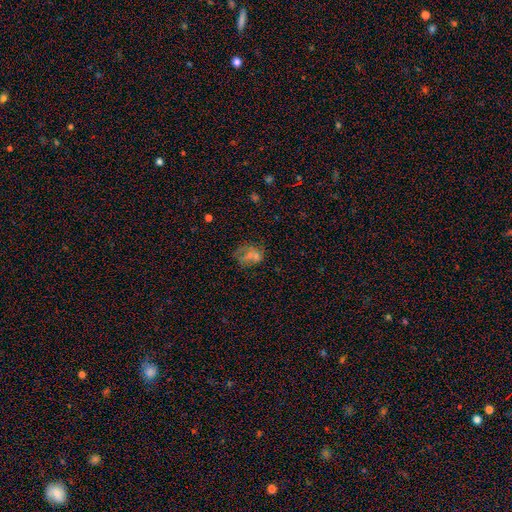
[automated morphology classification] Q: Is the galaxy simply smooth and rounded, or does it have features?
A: smooth — 41%.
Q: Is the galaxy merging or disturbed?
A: none — 46%.